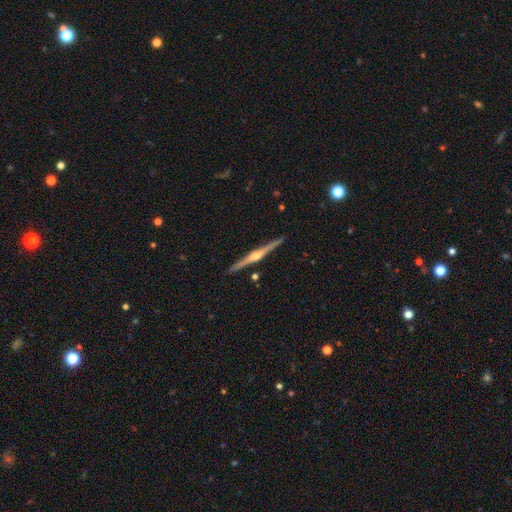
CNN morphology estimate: A featured or disk galaxy (83%) viewed edge-on (99%) with a rounded central bulge (90%). Merging: none (92%).